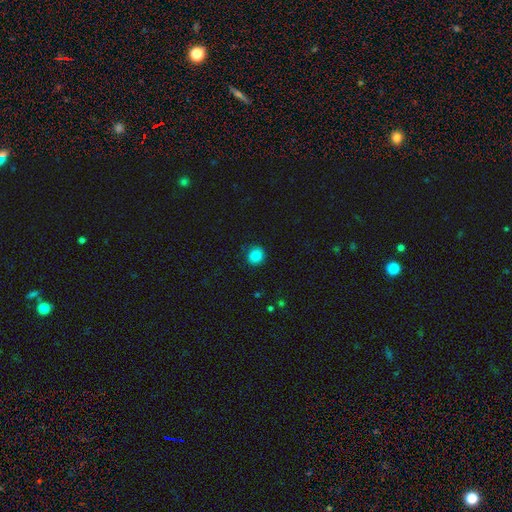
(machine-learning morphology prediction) Smooth or featured? Predicted: smooth (p=0.86). How rounded? Predicted: round (p=0.85). Merging? Predicted: none (p=0.85).